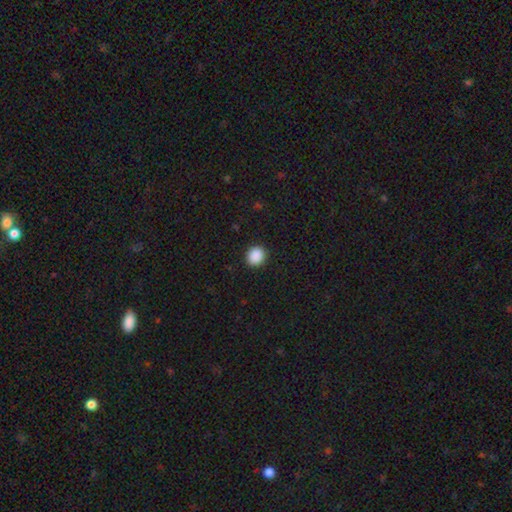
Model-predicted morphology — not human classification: A smooth galaxy with no disk features (90%) that is round (82%). Merging: none (92%).